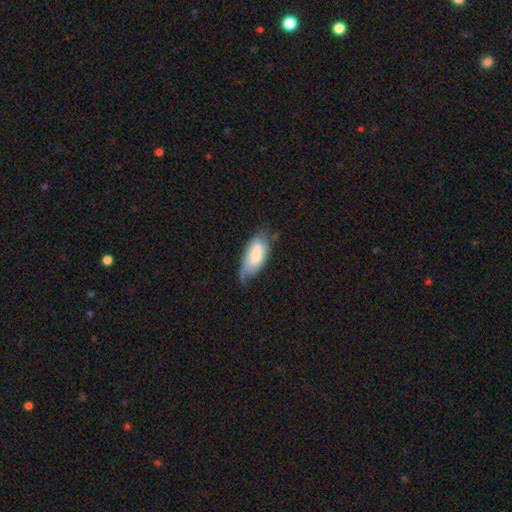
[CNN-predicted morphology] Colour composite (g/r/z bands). It shows a smooth galaxy with no disk features (67%) that is in between round and cigar-shaped (88%). Merging: none (43%).